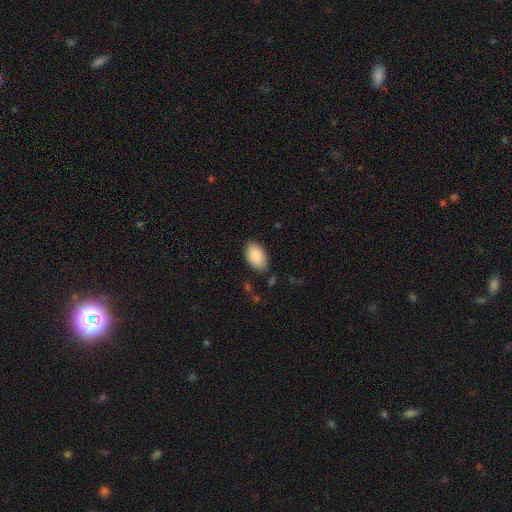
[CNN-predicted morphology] This appears to be a smooth galaxy with no disk features (88%) that is in between round and cigar-shaped (93%). Merging: none (82%).